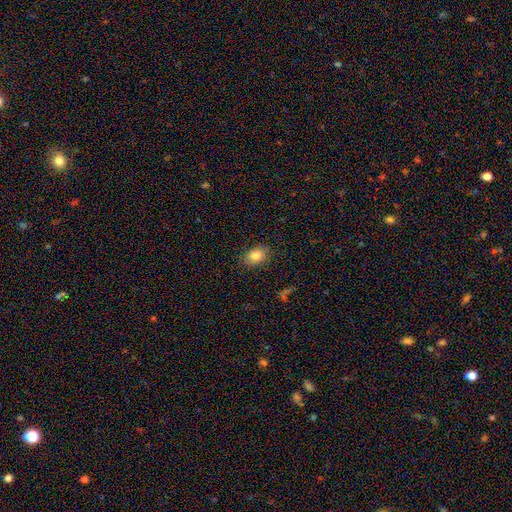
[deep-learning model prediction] smooth 84%, star or artifact 9%, featured or disk 8%. Down the decision tree: how rounded — in between (82%); merging — none (85%).